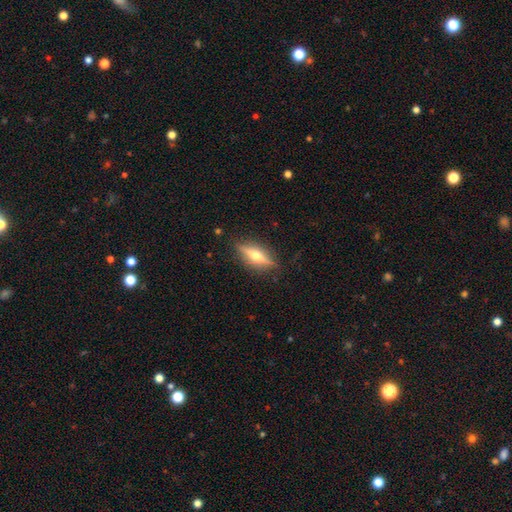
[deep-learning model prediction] Morphology: type=featured or disk (66%); edge-on=yes (93%); edge-on bulge=rounded (94%); merging=none (85%).